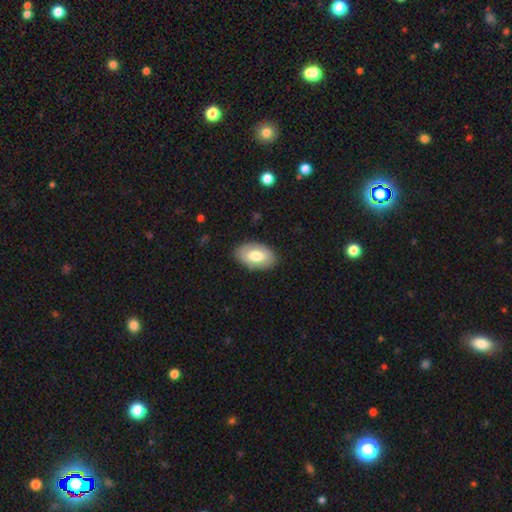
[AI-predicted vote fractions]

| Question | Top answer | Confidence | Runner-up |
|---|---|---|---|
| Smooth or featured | smooth | 67% | featured or disk (27%) |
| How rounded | in between | 93% | round (5%) |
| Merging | none | 84% | minor disturbance (12%) |